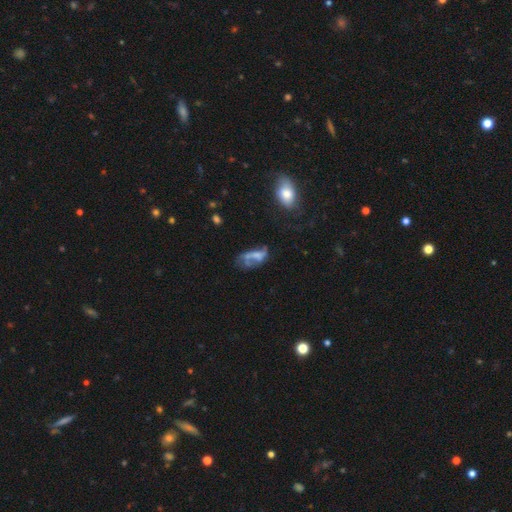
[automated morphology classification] Smooth or featured: featured or disk — 51% (smooth — 35%)
Edge-on disk: no — 94% (yes — 6%)
Merging: major disturbance — 35% (none — 28%)